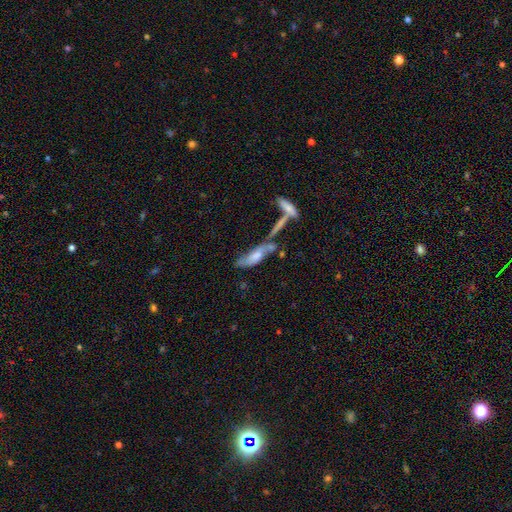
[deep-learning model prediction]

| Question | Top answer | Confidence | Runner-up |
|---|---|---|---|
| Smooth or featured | smooth | 51% | featured or disk (41%) |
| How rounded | in between | 51% | cigar-shaped (47%) |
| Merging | merger | 34% | tied: none (34%) |